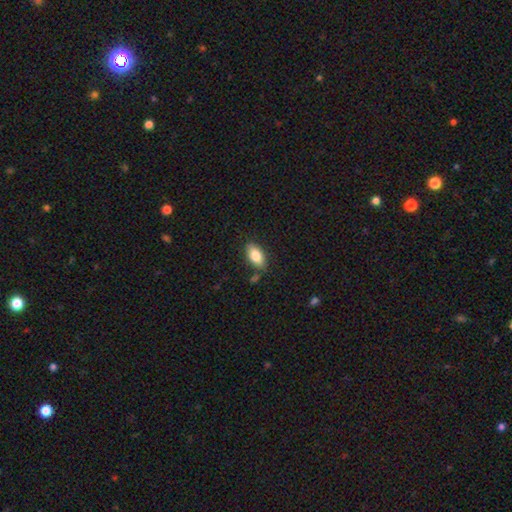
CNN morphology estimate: smooth_or_featured: smooth (p=0.83) [alt: featured or disk p=0.10]
how_rounded: in between (p=0.91) [alt: cigar-shaped p=0.05]
merging: none (p=0.78) [alt: minor disturbance p=0.14]